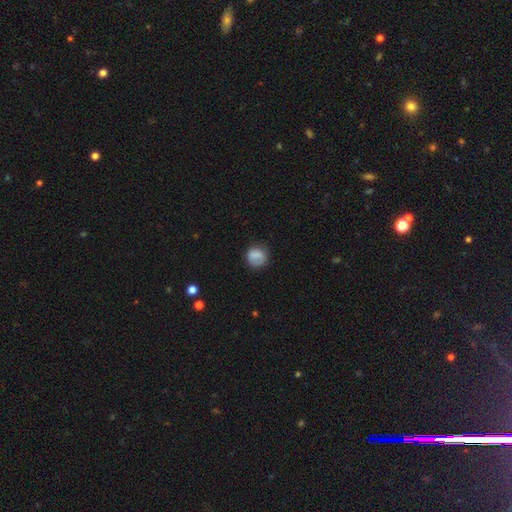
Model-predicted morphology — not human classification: Smooth or featured? Predicted: smooth (p=0.82). How rounded? Predicted: round (p=0.83). Merging? Predicted: none (p=0.72).